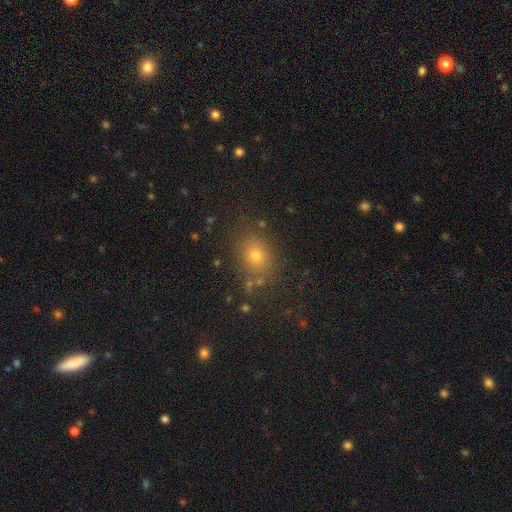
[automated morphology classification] This appears to be a smooth galaxy with no disk features (70%) that is round (53%). Merging: none (81%).